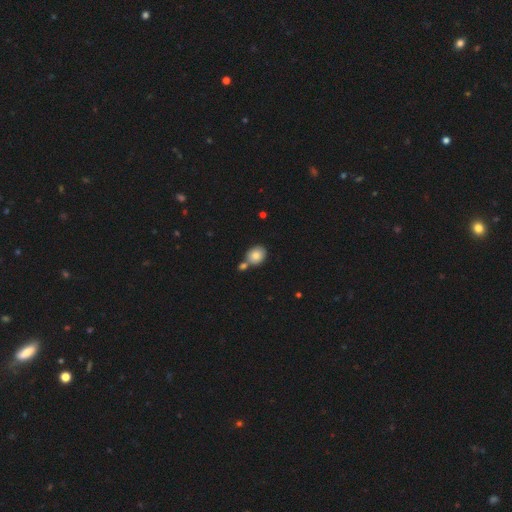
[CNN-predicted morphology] Smooth or featured: smooth — 83% (star or artifact — 9%)
How rounded: round — 65% (in between — 34%)
Merging: none — 59% (merger — 27%)